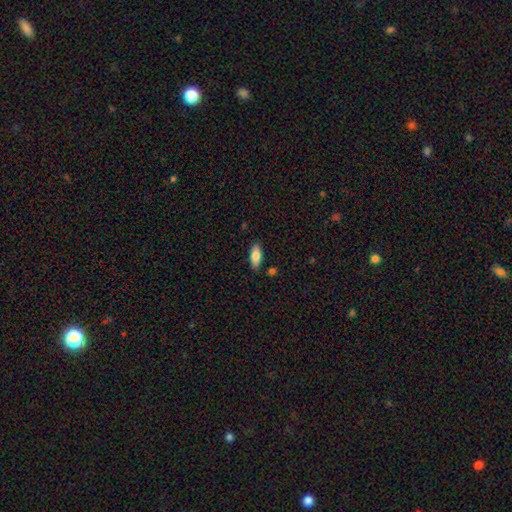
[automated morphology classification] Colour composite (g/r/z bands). It shows a smooth galaxy with no disk features (81%) that is in between round and cigar-shaped (83%). Merging: none (85%).